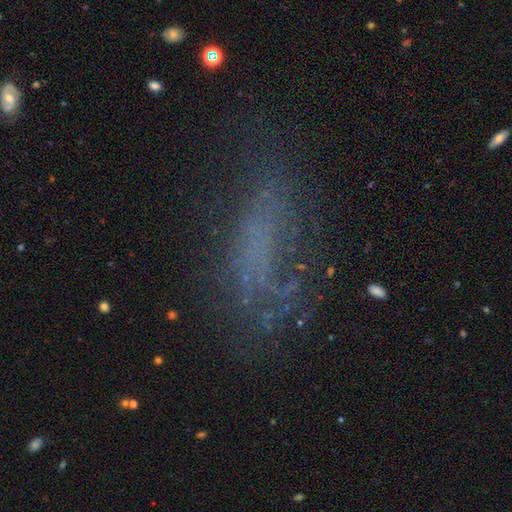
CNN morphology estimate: featured or disk 41%, smooth 36%, star or artifact 22%. Down the decision tree: merging — none (48%).